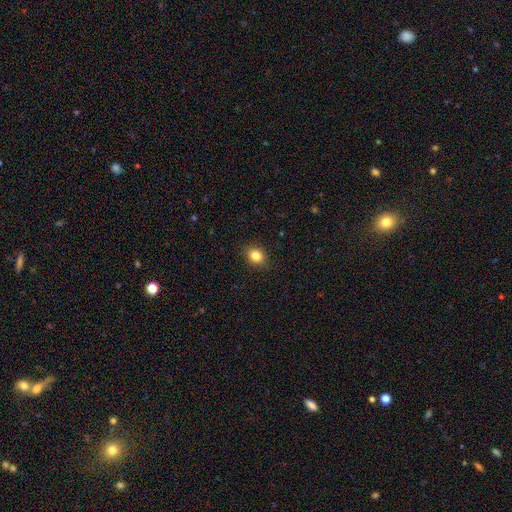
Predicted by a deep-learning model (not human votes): Smooth or featured? smooth (84%)
How rounded? round (55%)
Merging? none (89%)